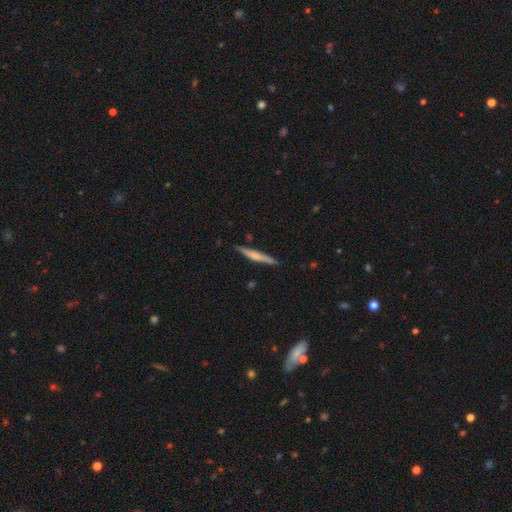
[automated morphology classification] smooth-or-featured: smooth: 51% | featured or disk: 44% | star or artifact: 5%
  how-rounded: cigar-shaped: 95% | in between: 4% | round: 1%
  merging: none: 87% | minor disturbance: 10% | major disturbance: 2% | merger: 2%